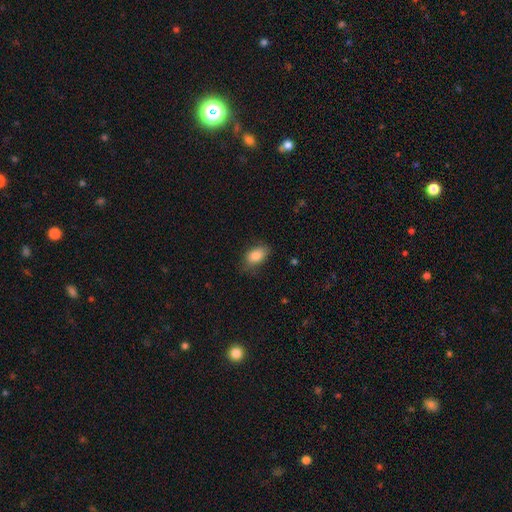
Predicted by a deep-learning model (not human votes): This is clearly a smooth galaxy (85%). How rounded: clearly in between (89%). Merging: likely none (72%).